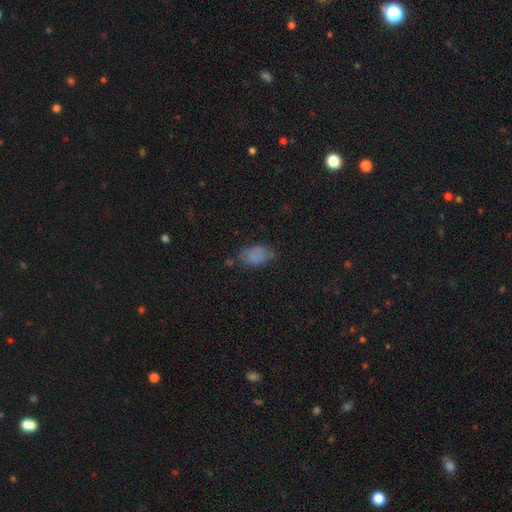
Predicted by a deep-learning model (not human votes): Smooth or featured? Predicted: smooth (p=0.79). How rounded? Predicted: in between (p=0.85). Merging? Predicted: none (p=0.61).